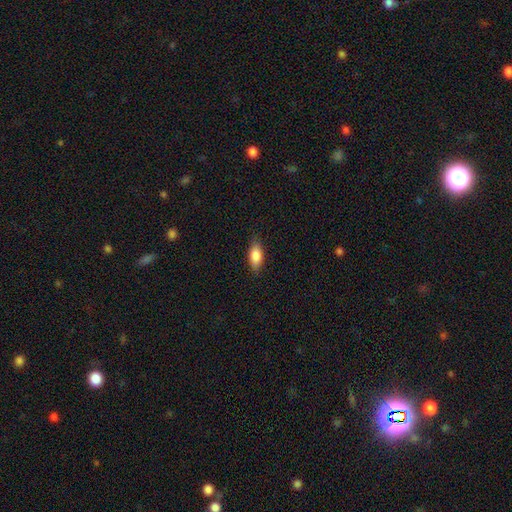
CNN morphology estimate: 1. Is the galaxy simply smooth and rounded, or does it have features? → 82% smooth, 11% featured or disk, 7% star or artifact.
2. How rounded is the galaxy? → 83% in between, 13% cigar-shaped, 4% round.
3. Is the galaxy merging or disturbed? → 84% none, 13% minor disturbance, 3% major disturbance, 1% merger.